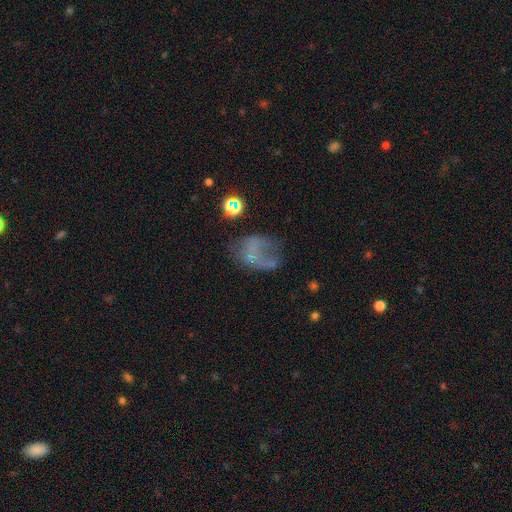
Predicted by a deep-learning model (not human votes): Smooth or featured? Predicted: featured or disk (p=0.40). Merging? Predicted: major disturbance (p=0.39).